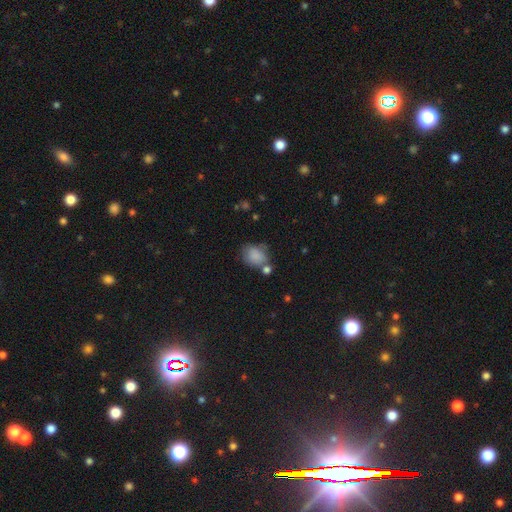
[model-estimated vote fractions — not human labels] Q: Smooth or featured?
A: smooth (83%); runner-up: star or artifact (9%)
Q: How rounded?
A: in between (55%); runner-up: round (44%)
Q: Merging?
A: none (52%); runner-up: minor disturbance (23%)